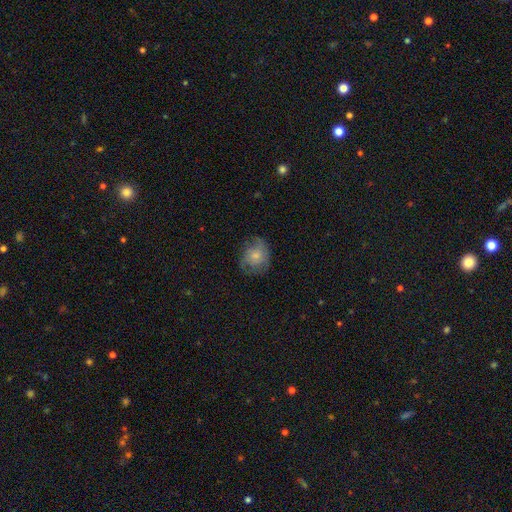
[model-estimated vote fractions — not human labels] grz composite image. It shows a smooth galaxy with no disk features (61%) that is round (67%). Merging: none (59%).